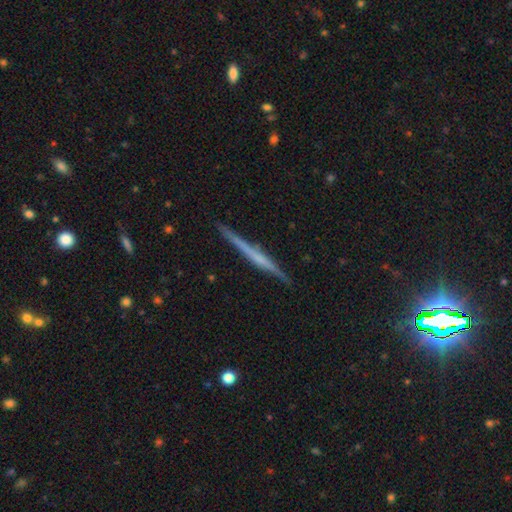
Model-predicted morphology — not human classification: The model was most divided on "edge-on bulge": none: 62%, rounded: 25%, boxy: 13%. More confident: edge-on disk — yes (98%); merging — none (90%); smooth or featured — featured or disk (67%).